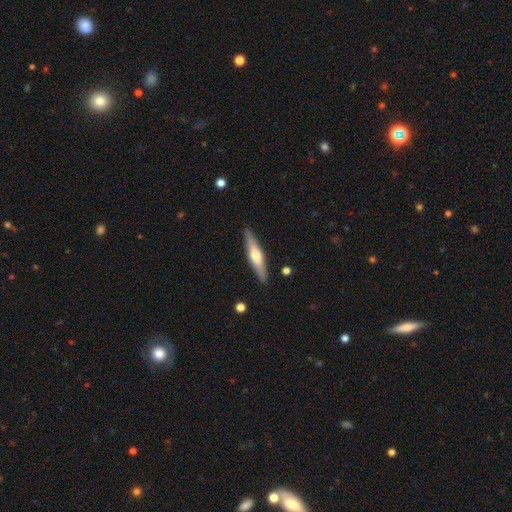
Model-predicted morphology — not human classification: A featured or disk galaxy (52%) viewed edge-on (92%).

Vote fractions:
- Smooth or featured? featured or disk: 52% / smooth: 43% / star or artifact: 5%
- Edge-on disk? yes: 92% / no: 8%
- Merging? none: 89% / minor disturbance: 8% / major disturbance: 2% / merger: 1%